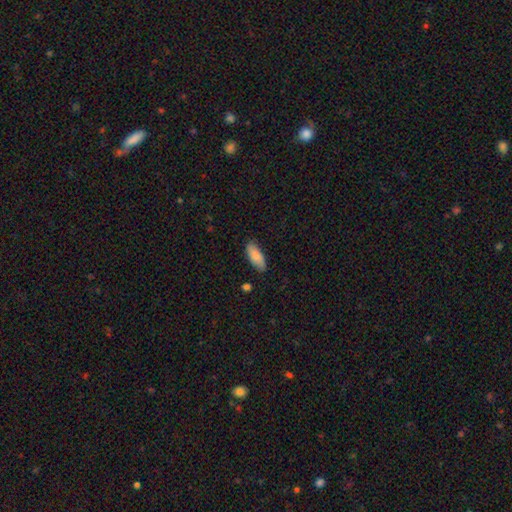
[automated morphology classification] Smooth or featured?
  - smooth: 85% *
  - featured or disk: 9%
  - star or artifact: 6%
How rounded?
  - in between: 79% *
  - cigar-shaped: 19%
  - round: 2%
Merging?
  - none: 83% *
  - minor disturbance: 13%
  - major disturbance: 2%
  - merger: 2%